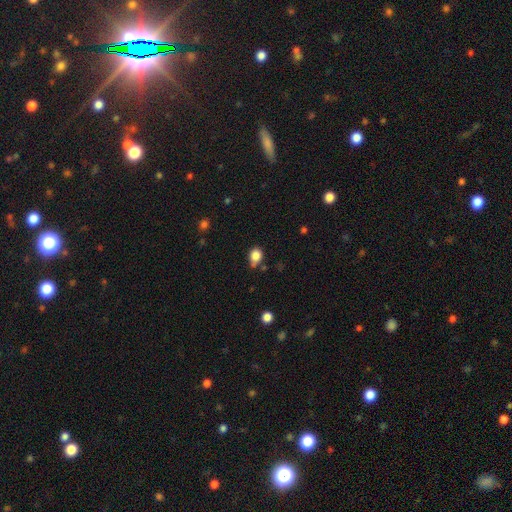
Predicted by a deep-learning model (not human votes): This appears to be a smooth galaxy with no disk features (84%) that is round (54%). Merging: none (60%).